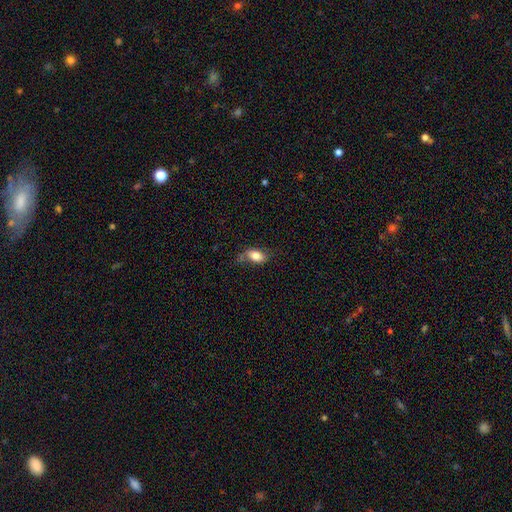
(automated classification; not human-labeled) Smooth or featured: smooth — 80% (featured or disk — 13%)
How rounded: in between — 89% (round — 7%)
Merging: none — 56% (minor disturbance — 28%)